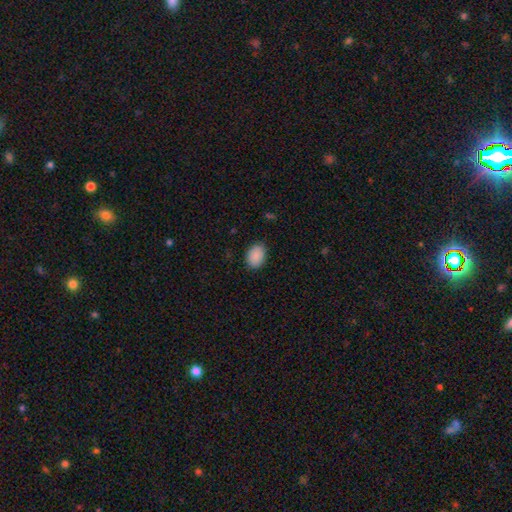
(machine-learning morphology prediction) This is clearly a smooth galaxy (90%). How rounded: likely in between (78%). Merging: clearly none (85%).